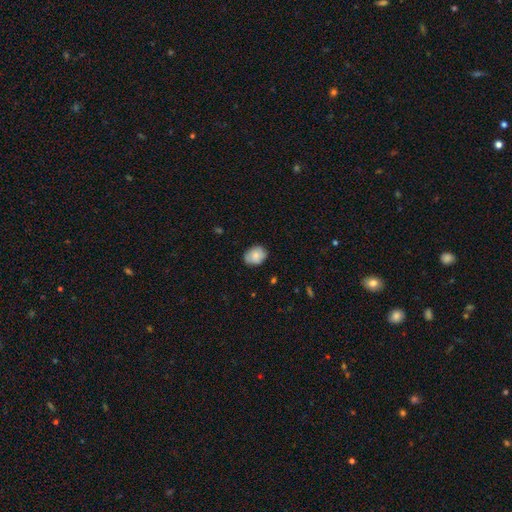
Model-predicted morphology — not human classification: Q: Smooth or featured?
A: smooth (80%); runner-up: featured or disk (12%)
Q: How rounded?
A: in between (55%); runner-up: round (44%)
Q: Merging?
A: none (79%); runner-up: minor disturbance (17%)